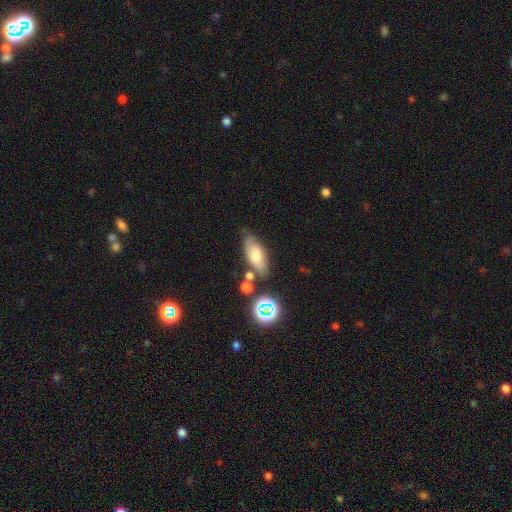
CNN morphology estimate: Smooth or featured? smooth (67%)
How rounded? in between (80%)
Merging? none (65%)